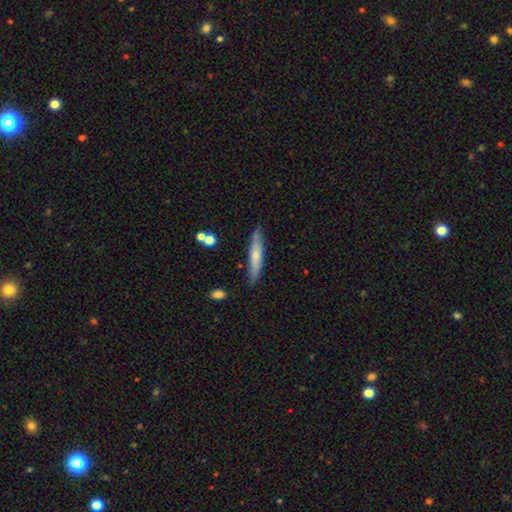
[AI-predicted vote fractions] The model was most divided on "smooth or featured": smooth: 59%, featured or disk: 34%, star or artifact: 6%. More confident: how rounded — cigar-shaped (88%); merging — none (84%).